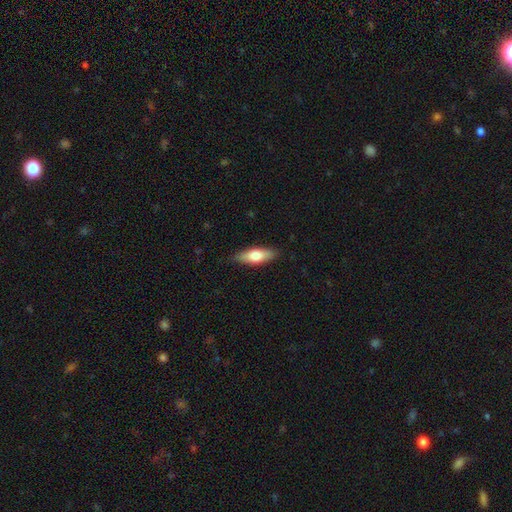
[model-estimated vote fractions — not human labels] A smooth galaxy with no disk features (69%) that is in between round and cigar-shaped (62%). Merging: none (84%).